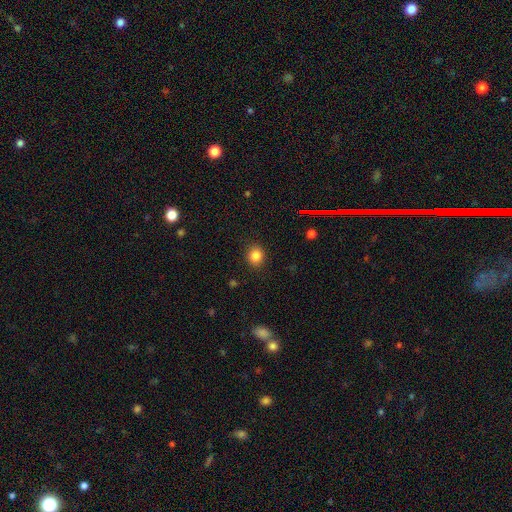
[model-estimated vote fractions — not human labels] Smooth or featured? Predicted: smooth (p=0.84). How rounded? Predicted: round (p=0.74). Merging? Predicted: none (p=0.89).